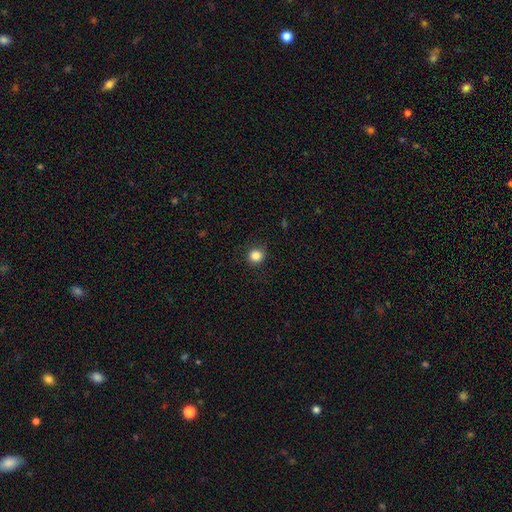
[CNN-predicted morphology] smooth-or-featured: smooth: 85% | star or artifact: 11% | featured or disk: 4%
  how-rounded: round: 85% | in between: 14% | cigar-shaped: 1%
  merging: none: 88% | minor disturbance: 8% | major disturbance: 2% | merger: 1%